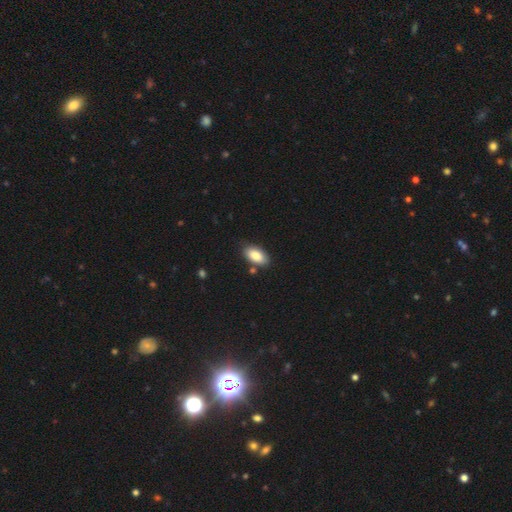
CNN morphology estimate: type=smooth (86%); roundness=in between (94%); merging=none (80%).